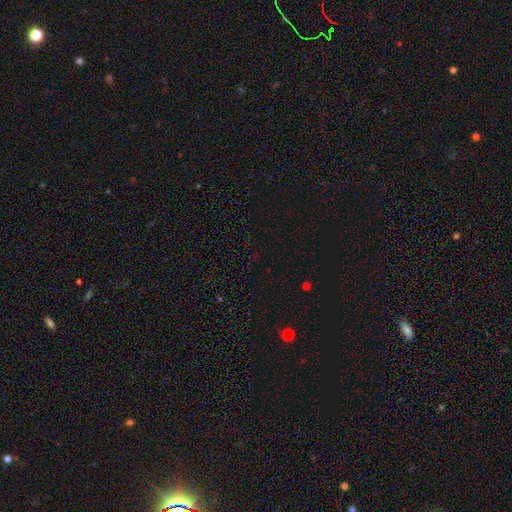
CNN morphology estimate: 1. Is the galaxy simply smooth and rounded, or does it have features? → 69% star or artifact, 23% smooth, 8% featured or disk.